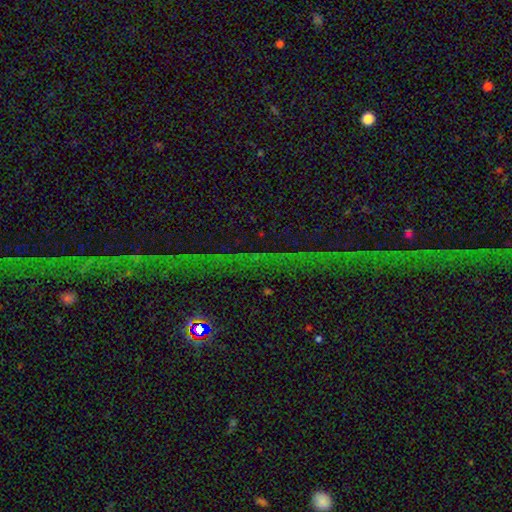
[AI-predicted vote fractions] smooth_or_featured: star or artifact (p=0.83) [alt: featured or disk p=0.10]